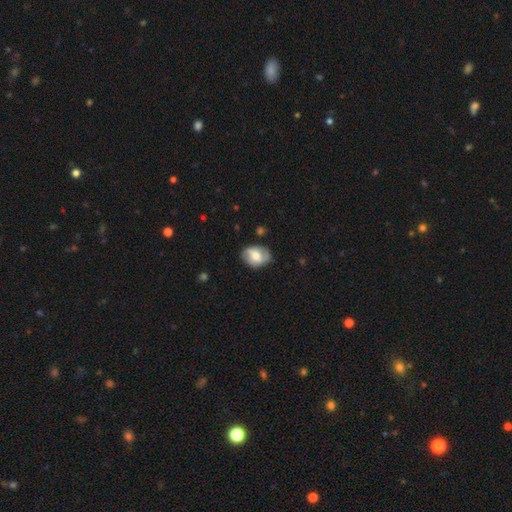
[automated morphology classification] Q: Smooth or featured?
A: featured or disk (47%); runner-up: smooth (46%)
Q: Merging?
A: none (73%); runner-up: minor disturbance (20%)